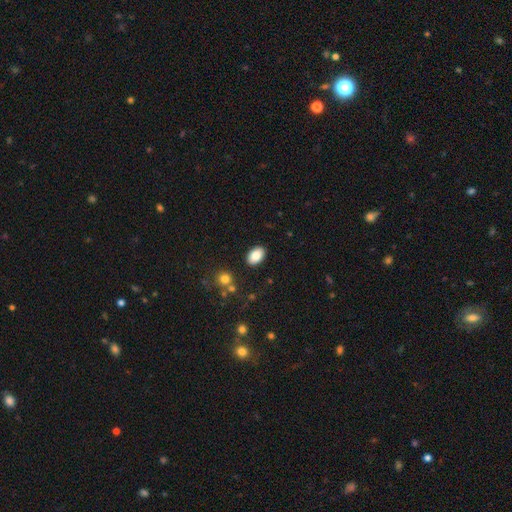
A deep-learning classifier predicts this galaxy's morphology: Overall: smooth (84%). How rounded: in between (91%). Merging: none (88%).